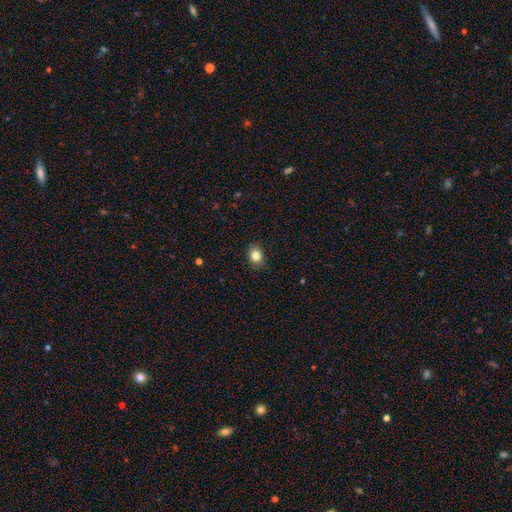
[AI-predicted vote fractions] Smooth or featured?
  - smooth: 83% *
  - star or artifact: 10%
  - featured or disk: 7%
How rounded?
  - in between: 54% *
  - round: 45%
  - cigar-shaped: 1%
Merging?
  - none: 86% *
  - minor disturbance: 11%
  - major disturbance: 2%
  - merger: 1%